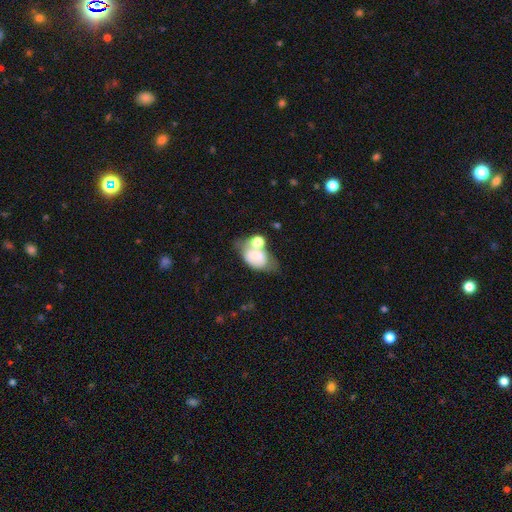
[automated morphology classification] A smooth galaxy with no disk features (62%) that is in between round and cigar-shaped (84%).

Vote fractions:
- Smooth or featured? smooth: 62% / featured or disk: 28% / star or artifact: 10%
- How rounded? in between: 84% / round: 15% / cigar-shaped: 1%
- Merging? merger: 34% / none: 29% / minor disturbance: 21% / major disturbance: 15%